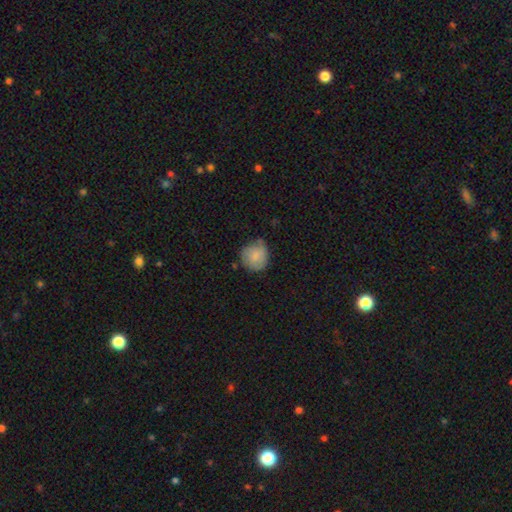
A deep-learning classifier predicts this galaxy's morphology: Smooth or featured? smooth (78%)
How rounded? round (85%)
Merging? none (57%)